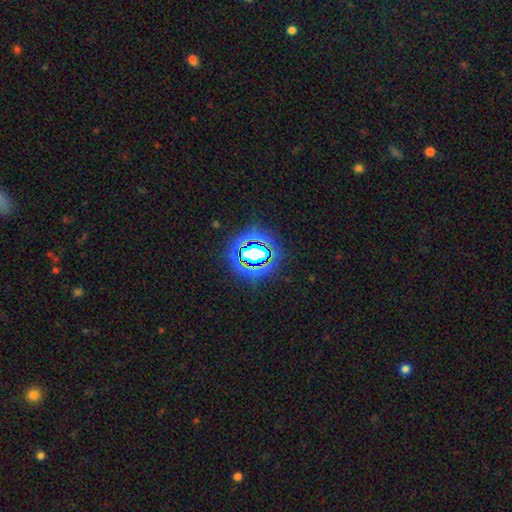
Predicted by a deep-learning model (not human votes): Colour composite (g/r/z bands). It shows a star or artifact, not a galaxy (64%).